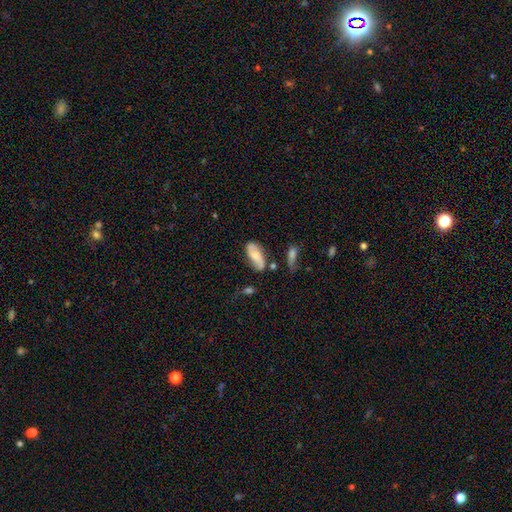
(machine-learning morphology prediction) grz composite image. It shows a featured or disk galaxy (46%, tied with smooth). Merging: none (65%).